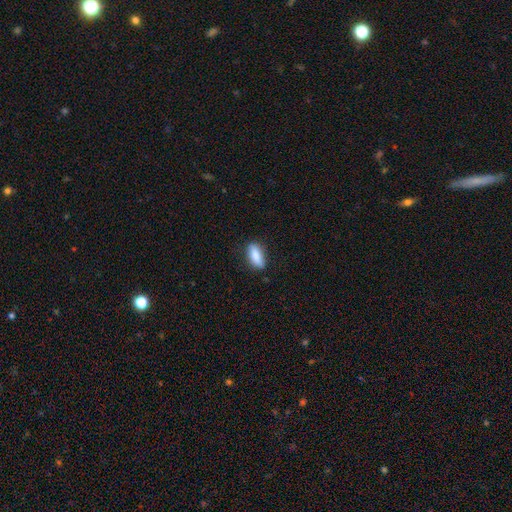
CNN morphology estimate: Smooth or featured? Predicted: smooth (p=0.83). How rounded? Predicted: in between (p=0.71). Merging? Predicted: none (p=0.80).